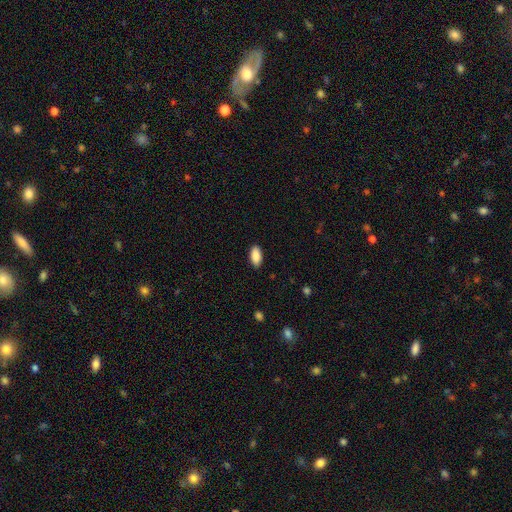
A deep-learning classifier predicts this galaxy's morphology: smooth-or-featured: smooth: 89% | star or artifact: 6% | featured or disk: 4%
  how-rounded: in between: 92% | cigar-shaped: 6% | round: 2%
  merging: none: 88% | minor disturbance: 9% | major disturbance: 2% | merger: 1%